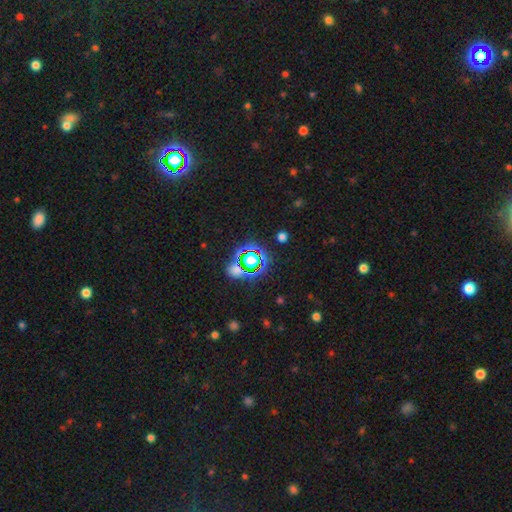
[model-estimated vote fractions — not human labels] Smooth or featured? star or artifact (62%)